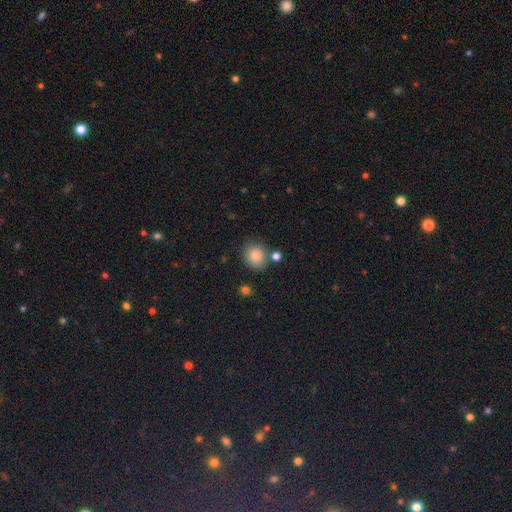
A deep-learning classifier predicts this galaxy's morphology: This appears to be a smooth galaxy with no disk features (85%) that is round (70%). Merging: none (74%).